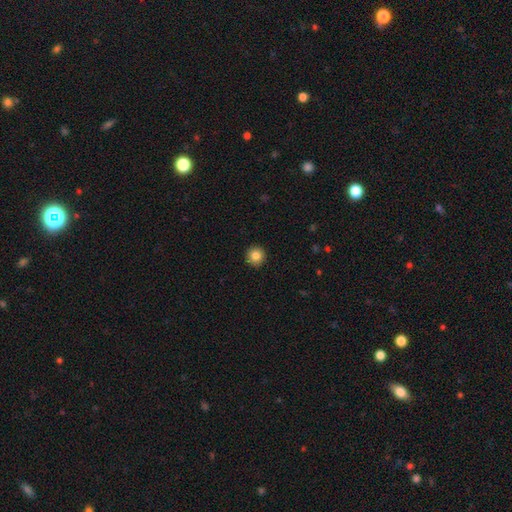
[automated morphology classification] Smooth or featured? Predicted: smooth (p=0.85). How rounded? Predicted: round (p=0.96). Merging? Predicted: none (p=0.92).